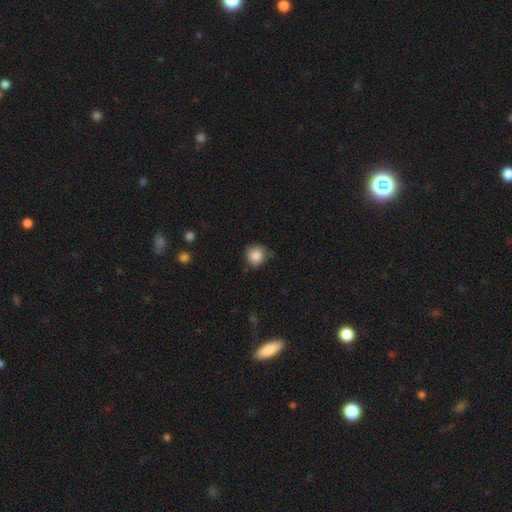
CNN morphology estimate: Smooth or featured? Predicted: smooth (p=0.85). How rounded? Predicted: round (p=0.90). Merging? Predicted: none (p=0.70).